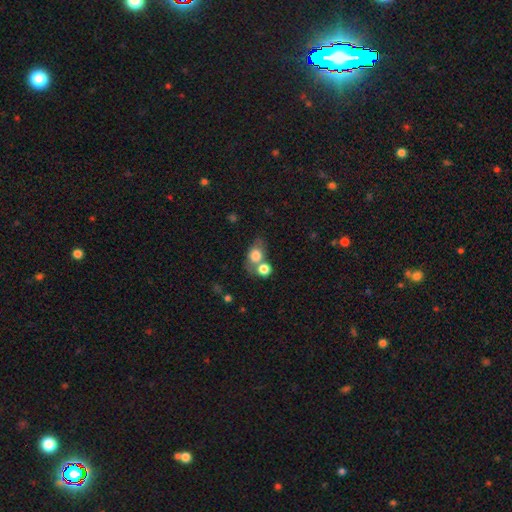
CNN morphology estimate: Smooth or featured: smooth — 76% (featured or disk — 14%)
How rounded: round — 50% (in between — 48%)
Merging: merger — 42% (none — 41%)